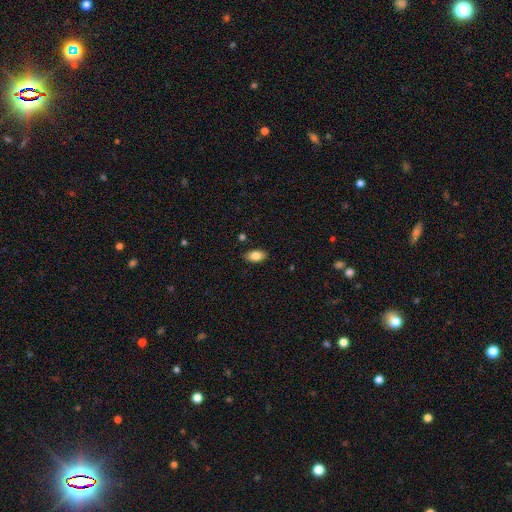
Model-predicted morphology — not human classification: Smooth or featured: smooth — 82% (featured or disk — 10%)
How rounded: in between — 92% (round — 5%)
Merging: none — 86% (minor disturbance — 10%)